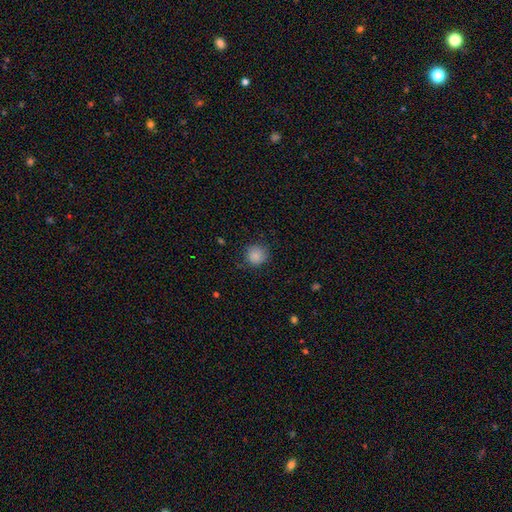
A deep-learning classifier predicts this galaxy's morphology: This is clearly a smooth galaxy (86%). How rounded: clearly round (89%). Merging: likely none (80%).